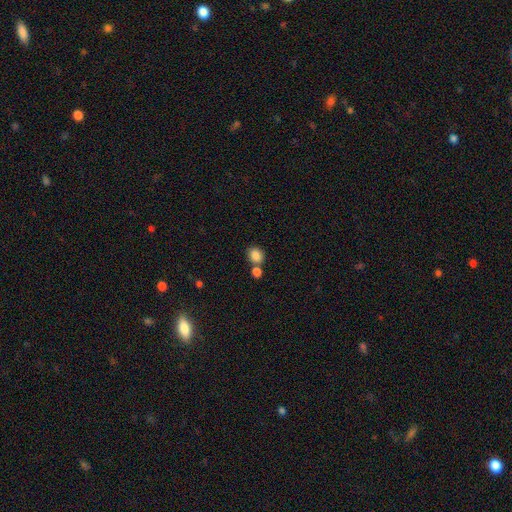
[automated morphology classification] A smooth galaxy with no disk features (85%) that is round (64%).

Vote fractions:
- Smooth or featured? smooth: 85% / star or artifact: 10% / featured or disk: 5%
- How rounded? round: 64% / in between: 35% / cigar-shaped: 1%
- Merging? none: 59% / merger: 28% / minor disturbance: 10% / major disturbance: 3%